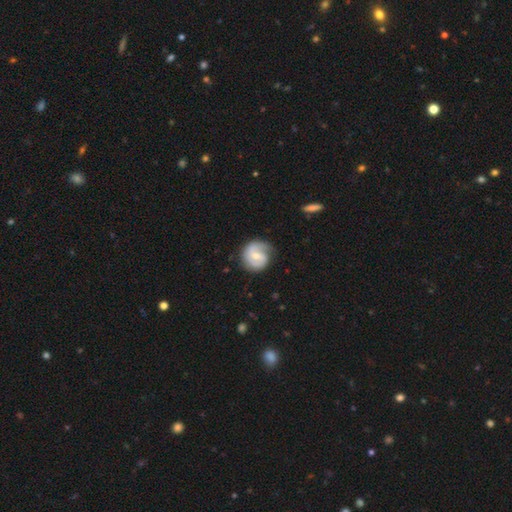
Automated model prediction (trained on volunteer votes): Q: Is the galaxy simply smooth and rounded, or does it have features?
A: featured or disk — 69%.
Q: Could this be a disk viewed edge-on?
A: no — 98%.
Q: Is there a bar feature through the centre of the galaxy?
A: weak — 52%.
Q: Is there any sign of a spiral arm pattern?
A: yes — 92%.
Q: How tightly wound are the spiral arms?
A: medium — 43%.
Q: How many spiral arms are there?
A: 2 — 64%.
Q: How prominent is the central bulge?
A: small — 50%.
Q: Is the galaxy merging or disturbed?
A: none — 69%.